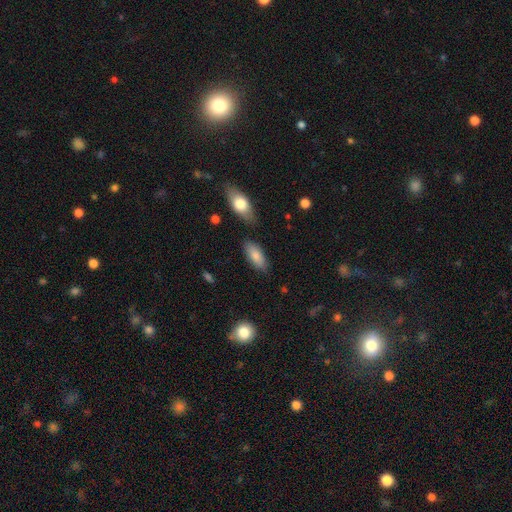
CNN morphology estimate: This appears to be a smooth galaxy with no disk features (81%) that is in between round and cigar-shaped (83%). Merging: none (81%).